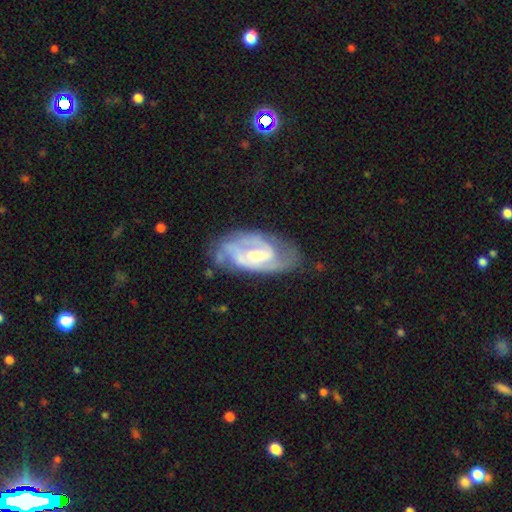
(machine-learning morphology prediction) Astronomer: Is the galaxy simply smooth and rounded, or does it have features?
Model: featured or disk — 84%.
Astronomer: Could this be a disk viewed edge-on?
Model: no — 96%.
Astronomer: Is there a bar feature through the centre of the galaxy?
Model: weak — 51%.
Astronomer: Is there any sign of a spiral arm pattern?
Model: yes — 93%.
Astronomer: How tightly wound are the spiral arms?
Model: medium — 45% (runner-up: tight, 44%).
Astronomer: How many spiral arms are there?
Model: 2 — 62%.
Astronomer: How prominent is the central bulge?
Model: moderate — 44% (runner-up: small, 42%).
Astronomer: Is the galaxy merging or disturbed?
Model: none — 62%.